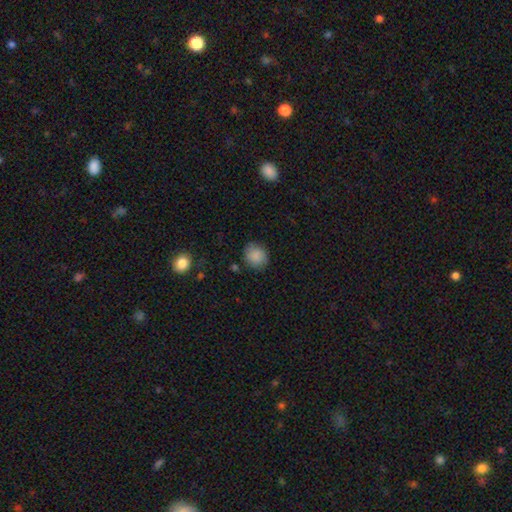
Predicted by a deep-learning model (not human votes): Smooth or featured? Predicted: smooth (p=0.87). How rounded? Predicted: round (p=0.78). Merging? Predicted: none (p=0.82).